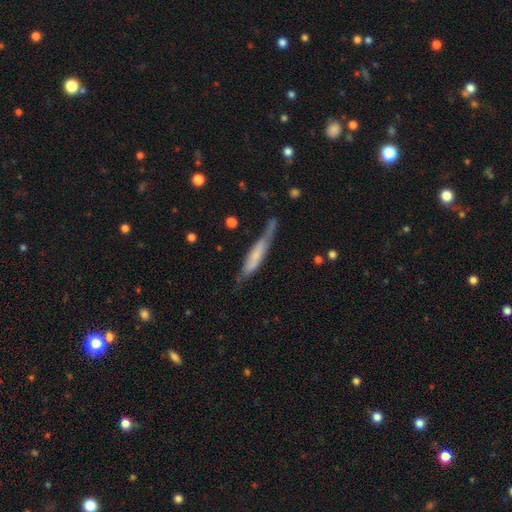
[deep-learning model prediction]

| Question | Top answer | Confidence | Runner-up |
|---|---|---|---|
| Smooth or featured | smooth | 51% | featured or disk (43%) |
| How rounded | cigar-shaped | 89% | in between (10%) |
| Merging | none | 53% | minor disturbance (31%) |